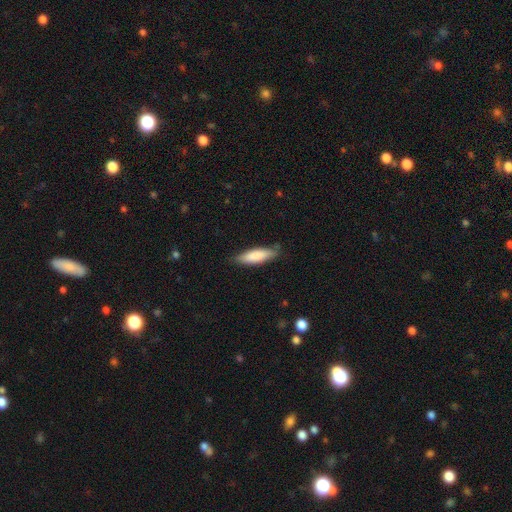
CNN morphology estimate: This appears to be a smooth galaxy with no disk features (81%) that is cigar-shaped (57%). Merging: none (80%).